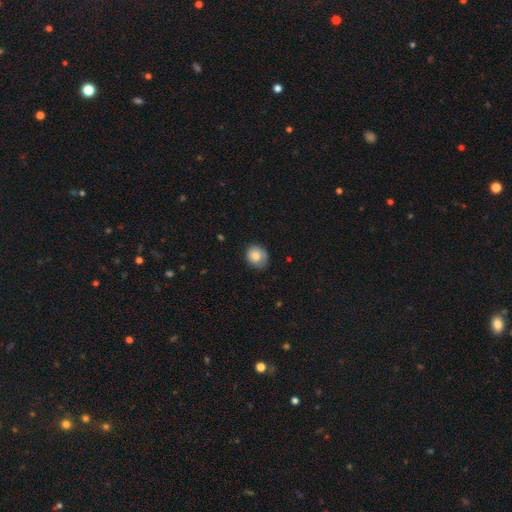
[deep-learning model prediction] smooth_or_featured: smooth (p=0.82) [alt: featured or disk p=0.10]
how_rounded: round (p=0.63) [alt: in between p=0.36]
merging: none (p=0.71) [alt: minor disturbance p=0.23]